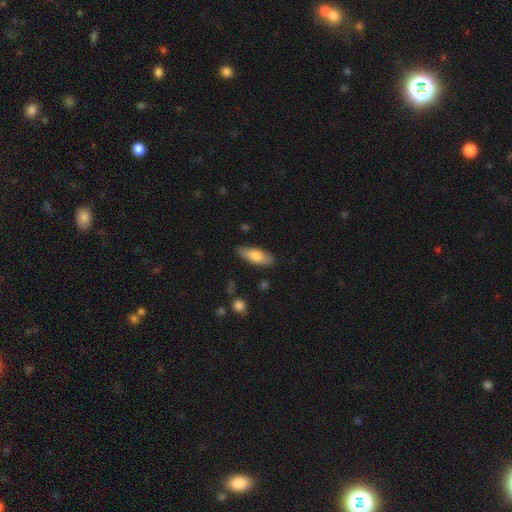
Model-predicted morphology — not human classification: The model was most divided on "how rounded": in between: 73%, cigar-shaped: 25%, round: 2%. More confident: merging — none (84%); smooth or featured — smooth (71%).